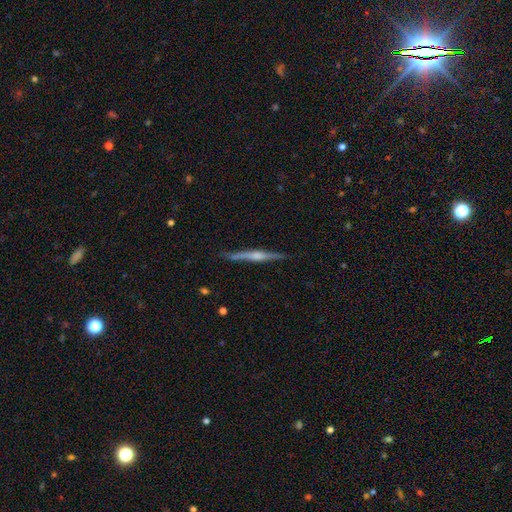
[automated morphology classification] A featured or disk galaxy (77%) viewed edge-on (98%) with a rounded central bulge (76%). Merging: none (88%).